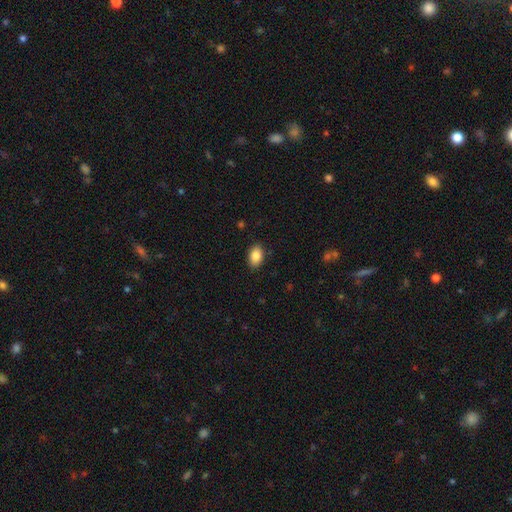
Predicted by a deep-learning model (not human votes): Smooth or featured: smooth — 87% (star or artifact — 8%)
How rounded: in between — 88% (round — 11%)
Merging: none — 87% (minor disturbance — 9%)